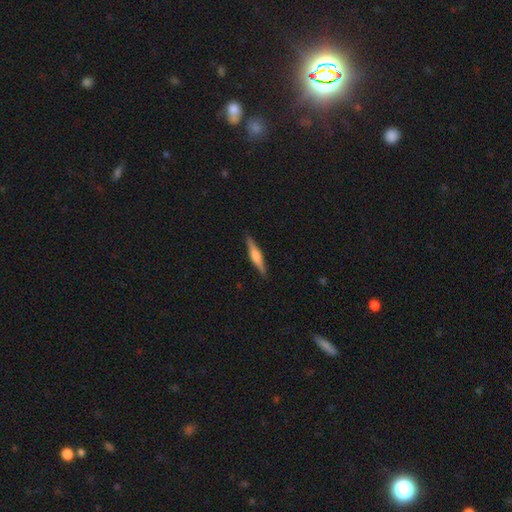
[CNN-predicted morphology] type=featured or disk (55%); edge-on=yes (97%); edge-on bulge=rounded (73%); merging=none (90%).